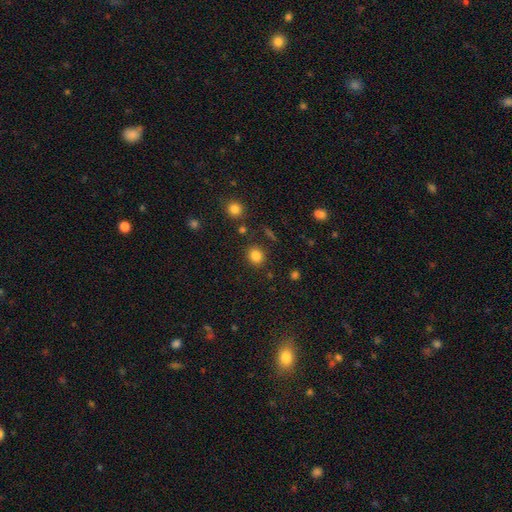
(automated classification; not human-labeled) This appears to be a smooth galaxy with no disk features (83%) that is round (83%). Merging: none (86%).